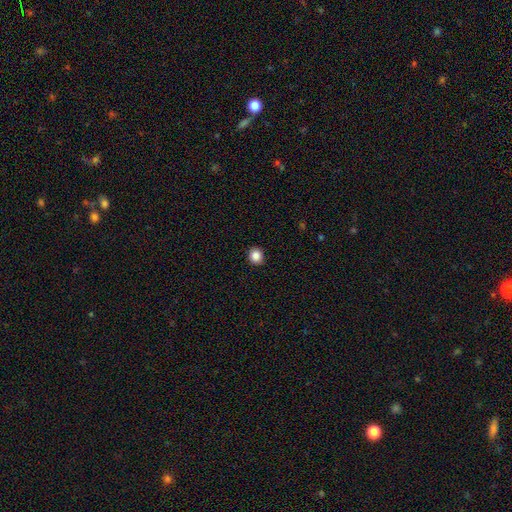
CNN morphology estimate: smooth 86%, star or artifact 10%, featured or disk 4%. Down the decision tree: how rounded — round (80%); merging — none (91%).